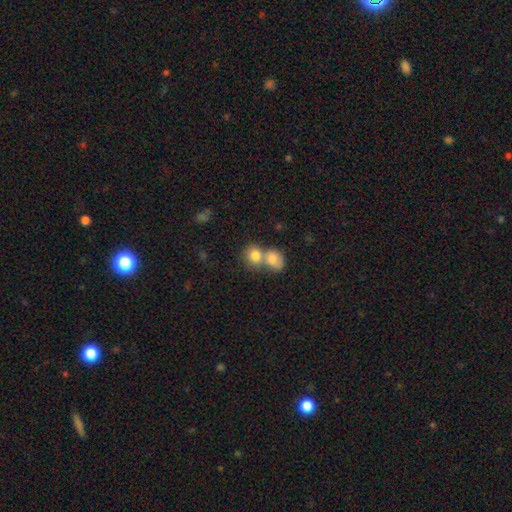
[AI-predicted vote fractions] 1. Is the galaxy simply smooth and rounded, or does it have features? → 81% smooth, 10% featured or disk, 9% star or artifact.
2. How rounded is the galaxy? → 72% round, 27% in between, 1% cigar-shaped.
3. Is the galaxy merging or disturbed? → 60% merger, 31% none, 6% minor disturbance, 2% major disturbance.